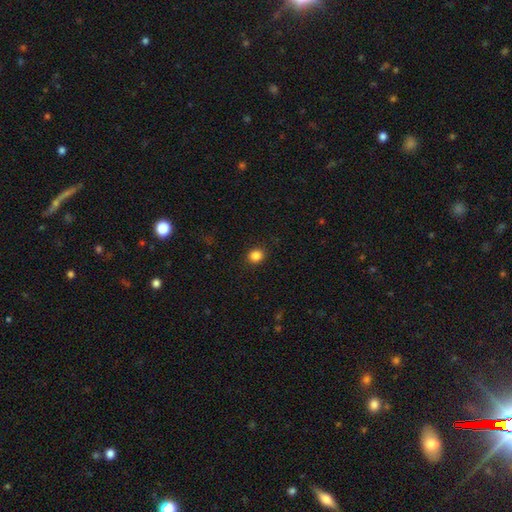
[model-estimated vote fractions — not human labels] Q: Smooth or featured?
A: smooth (85%); runner-up: star or artifact (11%)
Q: How rounded?
A: round (78%); runner-up: in between (21%)
Q: Merging?
A: none (90%); runner-up: minor disturbance (7%)